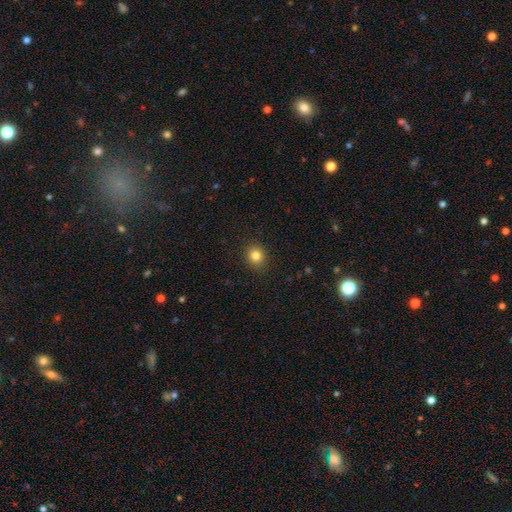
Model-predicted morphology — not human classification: Smooth or featured? Predicted: smooth (p=0.82). How rounded? Predicted: round (p=0.79). Merging? Predicted: none (p=0.91).